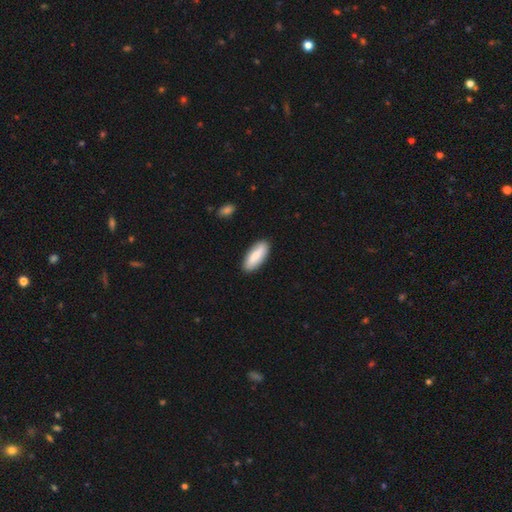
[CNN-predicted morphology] Overall: smooth (79%). How rounded: in between (71%). Merging: none (88%).